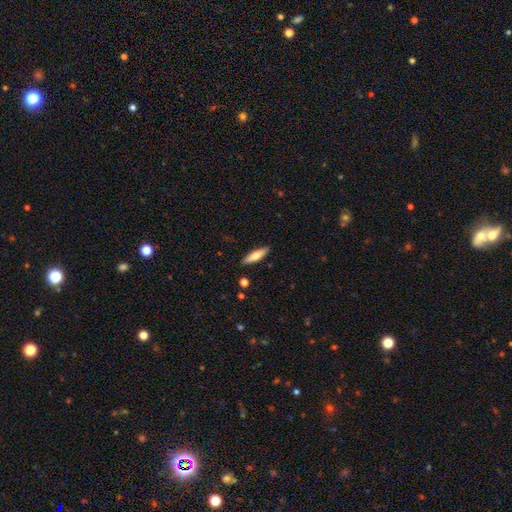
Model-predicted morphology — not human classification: This appears to be a smooth galaxy with no disk features (70%) that is cigar-shaped (61%). Merging: none (89%).